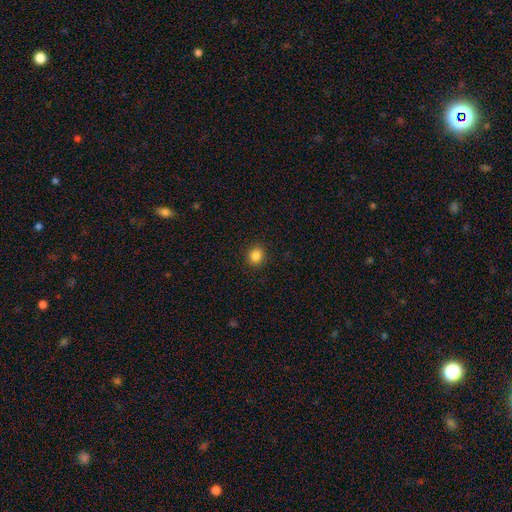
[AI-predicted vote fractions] A smooth galaxy with no disk features (85%) that is round (79%).

Vote fractions:
- Smooth or featured? smooth: 85% / star or artifact: 11% / featured or disk: 4%
- How rounded? round: 79% / in between: 20% / cigar-shaped: 1%
- Merging? none: 91% / minor disturbance: 6% / major disturbance: 2% / merger: 1%